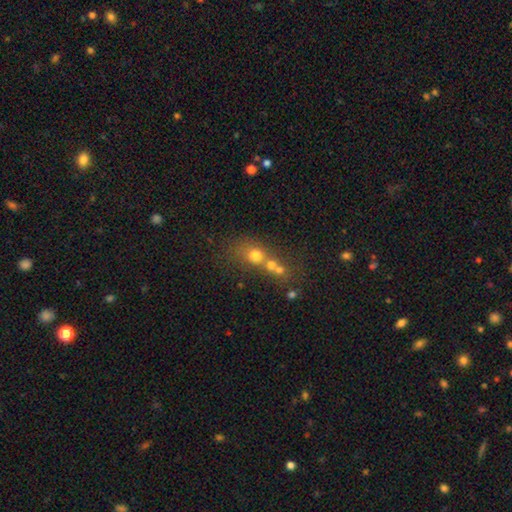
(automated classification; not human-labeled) A smooth galaxy with no disk features (62%) that is round (69%).

Vote fractions:
- Smooth or featured? smooth: 62% / featured or disk: 20% / star or artifact: 18%
- How rounded? round: 69% / in between: 28% / cigar-shaped: 3%
- Merging? merger: 52% / none: 34% / minor disturbance: 8% / major disturbance: 6%